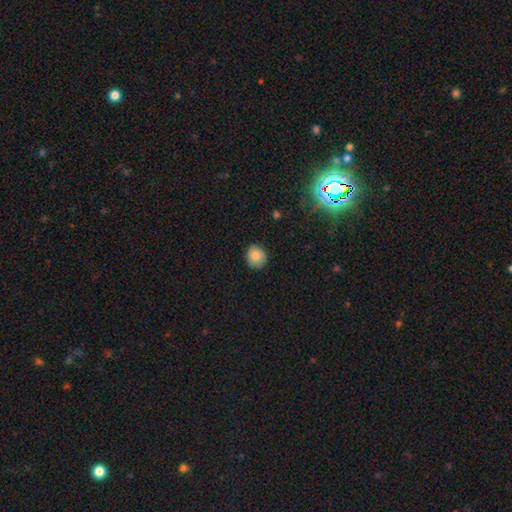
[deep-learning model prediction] Overall: smooth (84%). How rounded: round (82%). Merging: none (86%).